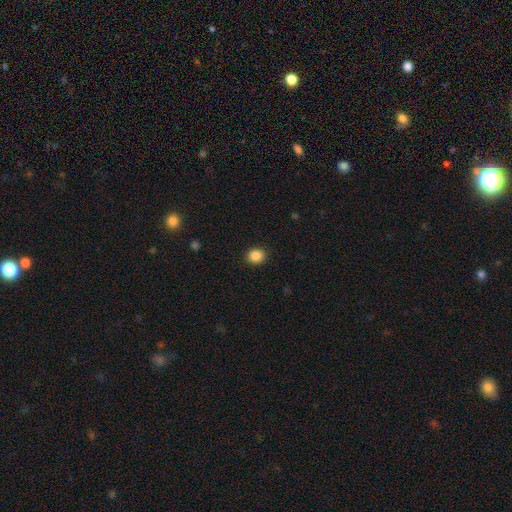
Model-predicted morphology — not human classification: Overall: smooth (87%). How rounded: round (67%; in between 32%). Merging: none (91%).